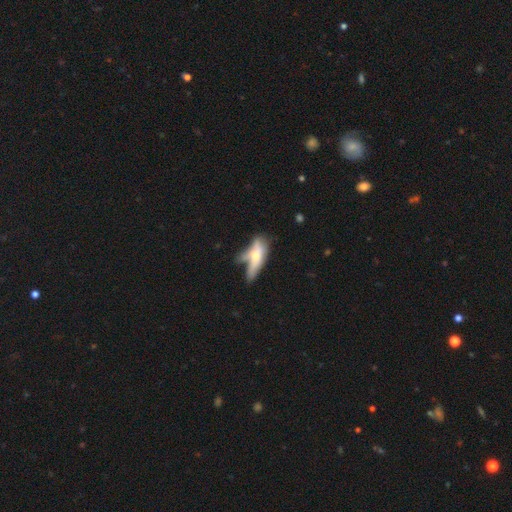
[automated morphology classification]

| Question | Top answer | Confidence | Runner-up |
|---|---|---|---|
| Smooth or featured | smooth | 55% | featured or disk (37%) |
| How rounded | in between | 53% | cigar-shaped (43%) |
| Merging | none | 32% | merger (24%) |